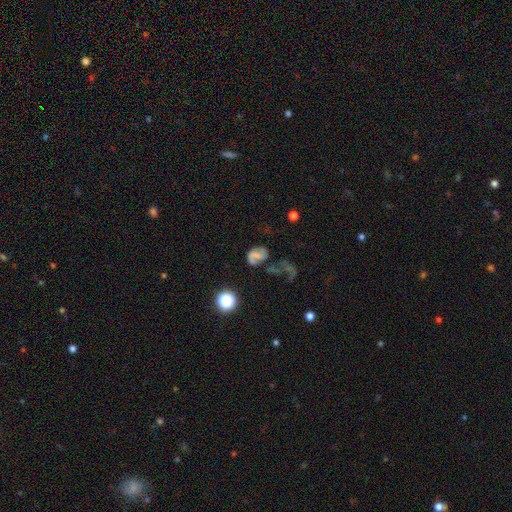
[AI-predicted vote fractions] A featured or disk galaxy (41%). Merging: none (40%).